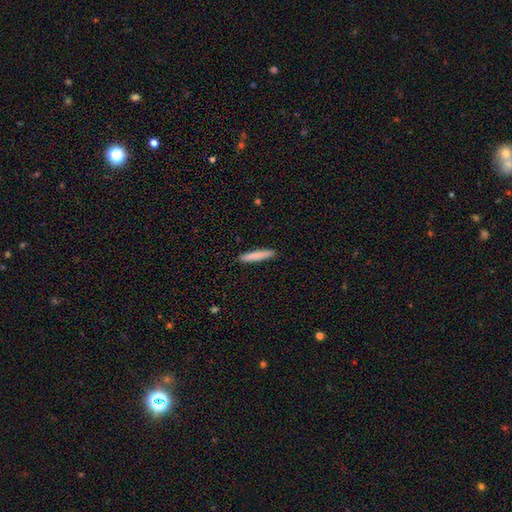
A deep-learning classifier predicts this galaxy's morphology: Smooth or featured? smooth (83%)
How rounded? cigar-shaped (93%)
Merging? none (91%)